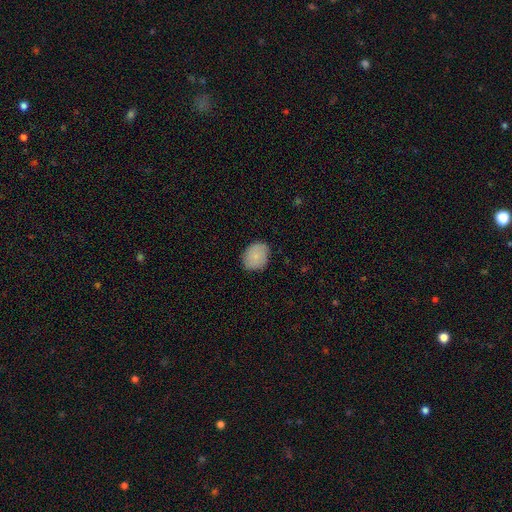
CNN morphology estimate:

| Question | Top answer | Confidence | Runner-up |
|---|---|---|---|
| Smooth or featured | smooth | 82% | featured or disk (11%) |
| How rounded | in between | 55% | round (44%) |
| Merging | none | 80% | minor disturbance (16%) |